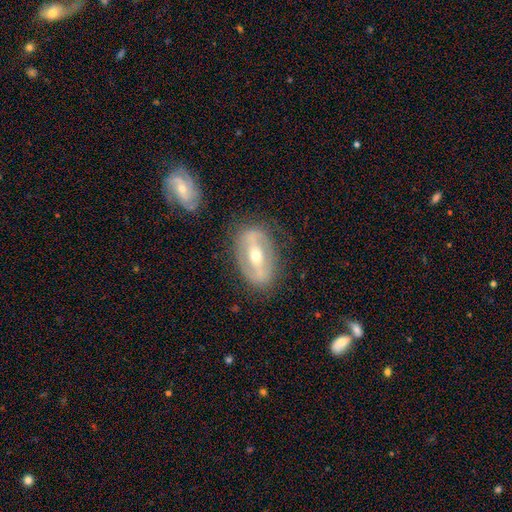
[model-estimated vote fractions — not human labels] Smooth or featured: featured or disk — 78% (smooth — 16%)
Edge-on disk: no — 90% (yes — 10%)
Bar: strong — 65% (weak — 22%)
Spiral arms: yes — 60% (no — 40%)
Bulge size: moderate — 68% (small — 27%)
Merging: none — 78% (minor disturbance — 14%)